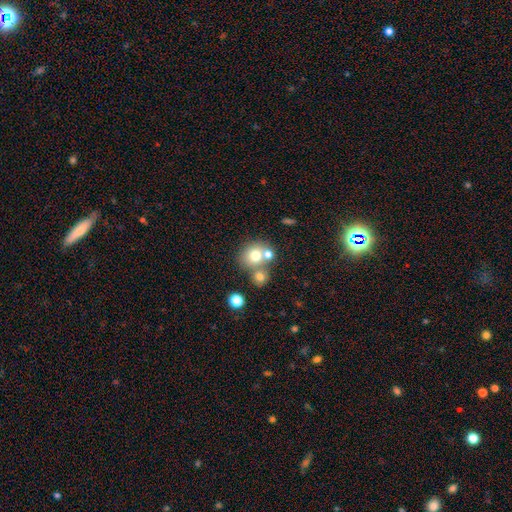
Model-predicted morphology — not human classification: type=smooth (70%); roundness=round (79%); merging=none (49%).